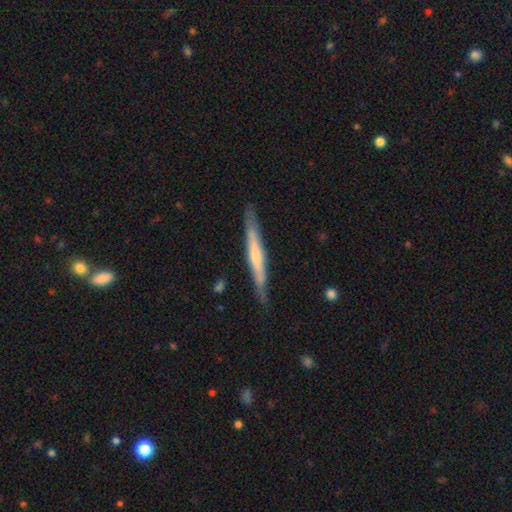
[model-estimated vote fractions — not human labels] featured or disk 57%, smooth 38%, star or artifact 5%. Down the decision tree: edge-on disk — yes (94%); edge-on bulge — none (47%); merging — none (85%).